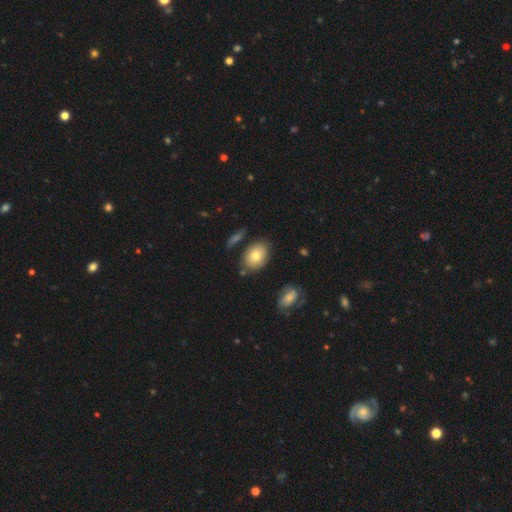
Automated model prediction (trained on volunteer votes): A smooth galaxy with no disk features (75%) that is in between round and cigar-shaped (76%).

Vote fractions:
- Smooth or featured? smooth: 75% / featured or disk: 17% / star or artifact: 8%
- How rounded? in between: 76% / round: 23% / cigar-shaped: 1%
- Merging? none: 75% / minor disturbance: 15% / merger: 6% / major disturbance: 4%